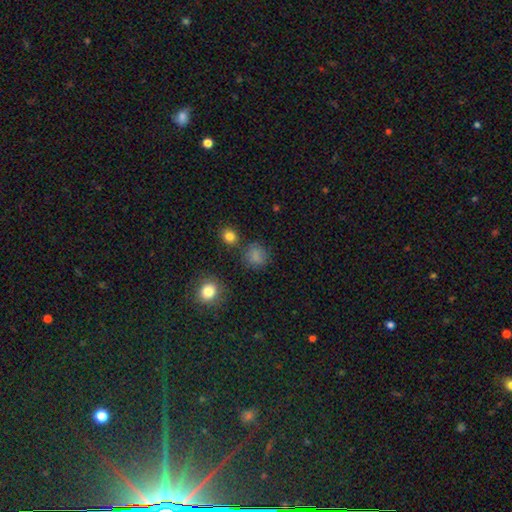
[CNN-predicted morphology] smooth_or_featured: smooth (p=0.80) [alt: star or artifact p=0.13]
how_rounded: round (p=0.82) [alt: in between p=0.17]
merging: none (p=0.74) [alt: minor disturbance p=0.15]